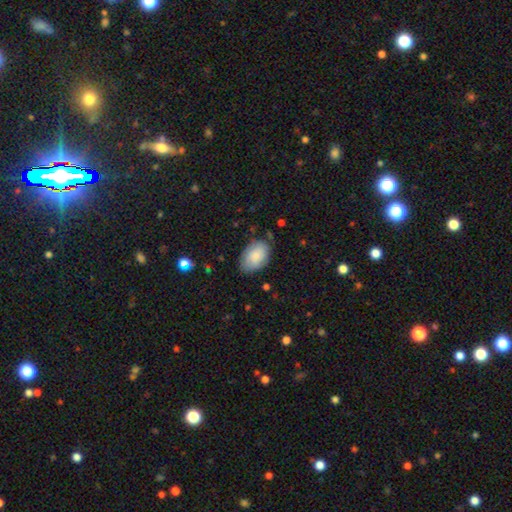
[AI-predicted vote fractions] A smooth galaxy with no disk features (85%) that is in between round and cigar-shaped (91%). Merging: none (75%).